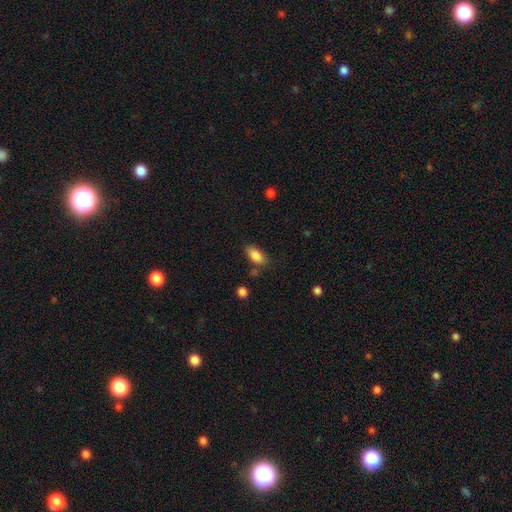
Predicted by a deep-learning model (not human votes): Smooth or featured: smooth — 86% (star or artifact — 8%)
How rounded: in between — 90% (cigar-shaped — 6%)
Merging: none — 74% (minor disturbance — 17%)